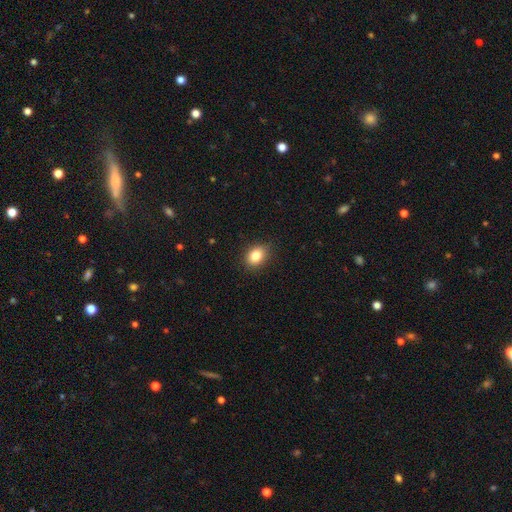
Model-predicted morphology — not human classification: smooth 84%, star or artifact 10%, featured or disk 7%. Down the decision tree: how rounded — in between (59%); merging — none (87%).